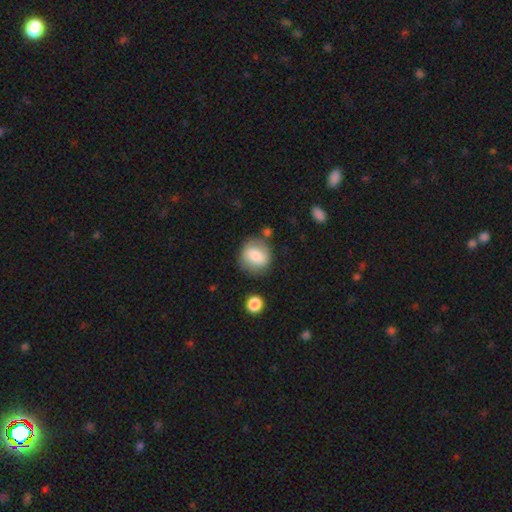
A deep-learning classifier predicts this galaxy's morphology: This is likely a smooth galaxy (77%). How rounded: clearly round (80%). Merging: likely none (71%).